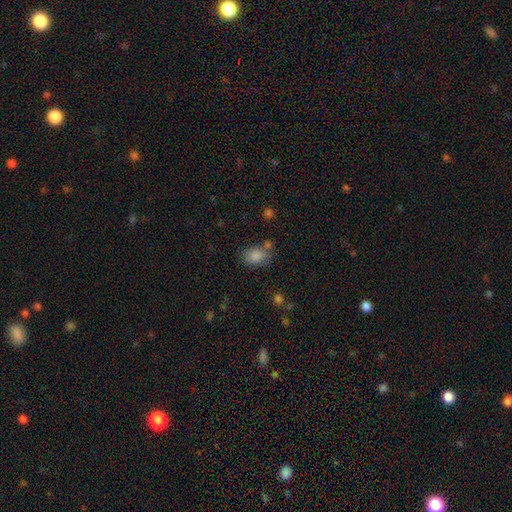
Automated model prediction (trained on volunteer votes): Overall: smooth (84%). How rounded: in between (73%). Merging: none (60%; minor disturbance 20%).